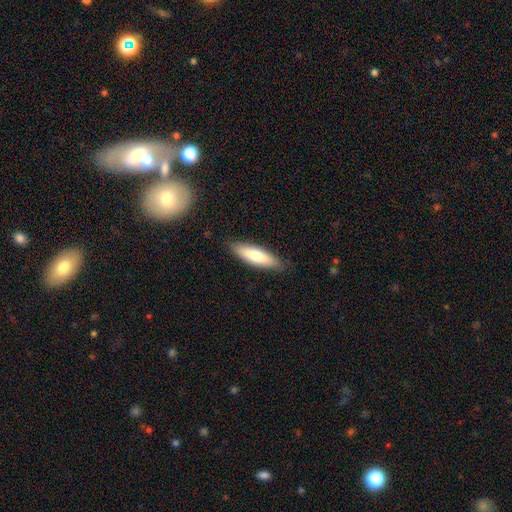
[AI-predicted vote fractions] Overall: smooth (73%). How rounded: cigar-shaped (58%; in between 40%). Merging: none (86%).